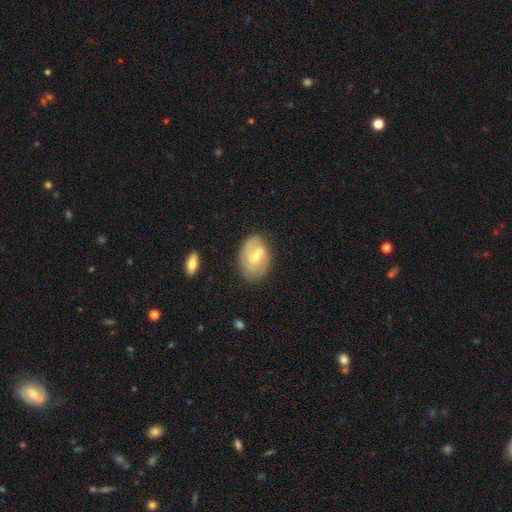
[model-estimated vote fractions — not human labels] smooth_or_featured: featured or disk (p=0.64) [alt: smooth p=0.30]
disk_edge_on: no (p=0.96) [alt: yes p=0.04]
bar: weak (p=0.56) [alt: no p=0.28]
has_spiral_arms: yes (p=0.84) [alt: no p=0.16]
spiral_winding: medium (p=0.41) [tied with: tight p=0.41]
spiral_arm_count: 2 (p=0.63) [alt: can't tell p=0.21]
bulge_size: moderate (p=0.57) [alt: small p=0.38]
merging: none (p=0.79) [alt: minor disturbance p=0.16]